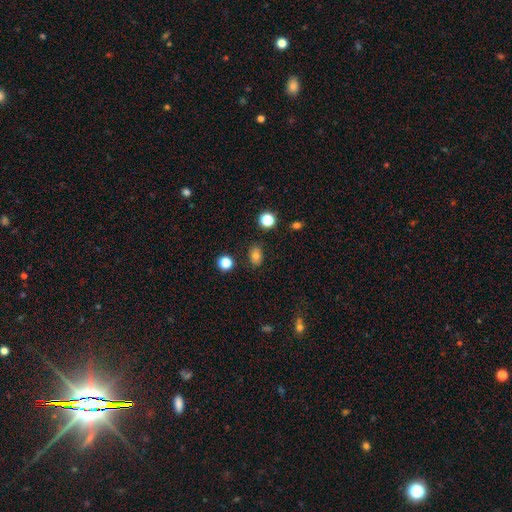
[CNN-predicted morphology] Smooth or featured? smooth (77%)
How rounded? in between (63%)
Merging? none (83%)